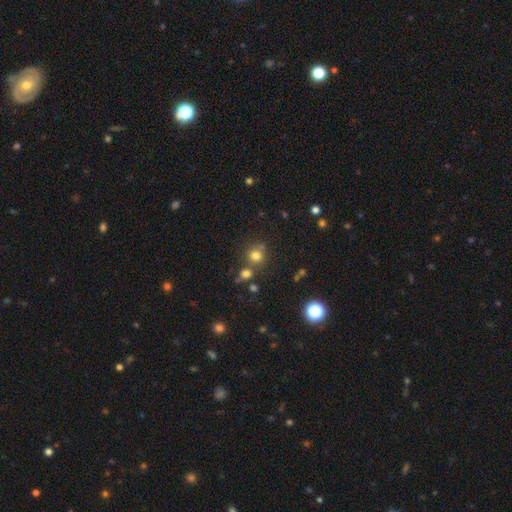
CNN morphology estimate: Smooth or featured? Predicted: smooth (p=0.74). How rounded? Predicted: round (p=0.87). Merging? Predicted: none (p=0.67).